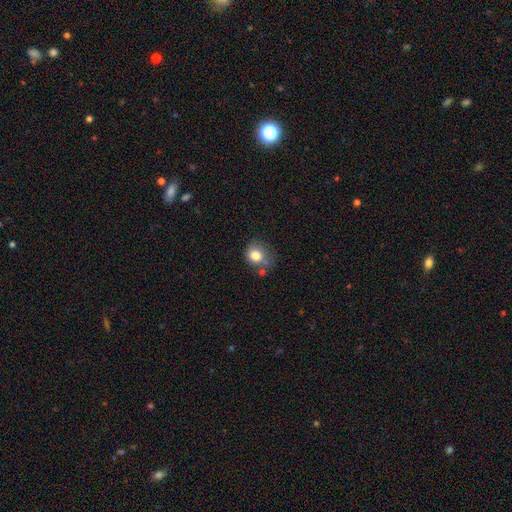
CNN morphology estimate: A smooth galaxy with no disk features (80%) that is round (73%).

Vote fractions:
- Smooth or featured? smooth: 80% / featured or disk: 10% / star or artifact: 10%
- How rounded? round: 73% / in between: 26% / cigar-shaped: 1%
- Merging? none: 49% / minor disturbance: 26% / merger: 13% / major disturbance: 11%